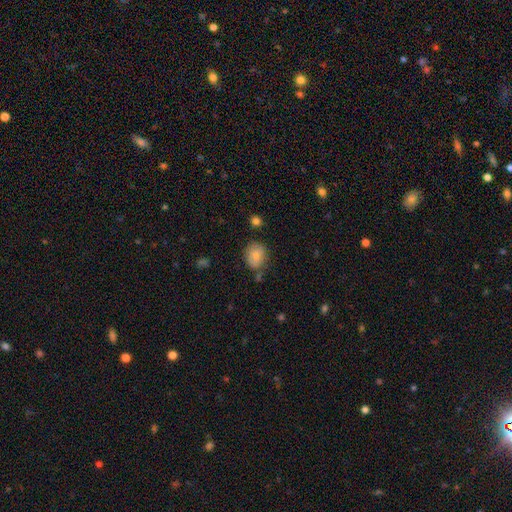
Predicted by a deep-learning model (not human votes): smooth-or-featured: smooth: 82% | featured or disk: 10% | star or artifact: 8%
  how-rounded: round: 52% | in between: 47% | cigar-shaped: 1%
  merging: none: 69% | minor disturbance: 20% | merger: 6% | major disturbance: 5%